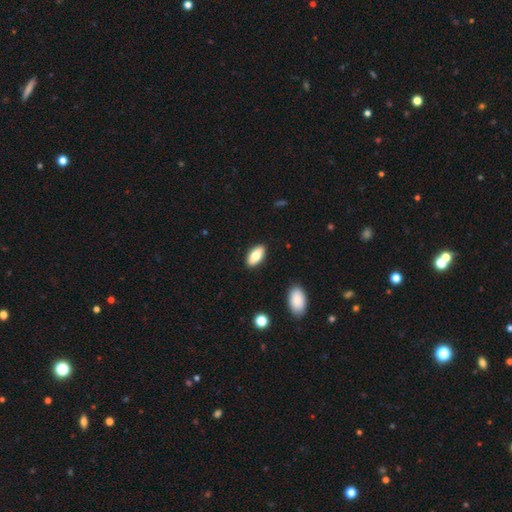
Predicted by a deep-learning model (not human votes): Q: Smooth or featured?
A: smooth (78%); runner-up: featured or disk (15%)
Q: How rounded?
A: in between (89%); runner-up: cigar-shaped (8%)
Q: Merging?
A: none (89%); runner-up: minor disturbance (8%)